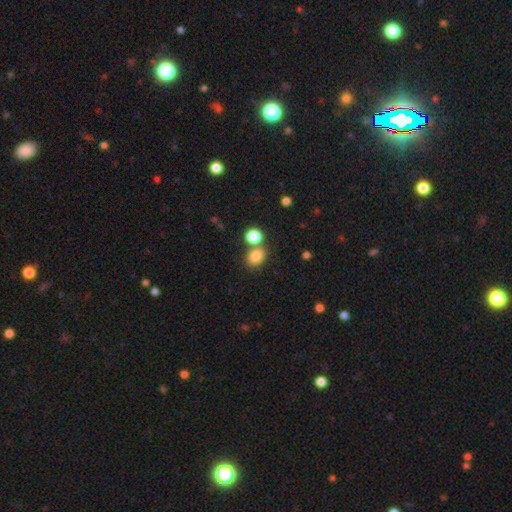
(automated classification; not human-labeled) A smooth galaxy with no disk features (82%) that is round (54%).

Vote fractions:
- Smooth or featured? smooth: 82% / star or artifact: 12% / featured or disk: 6%
- How rounded? round: 54% / in between: 45% / cigar-shaped: 1%
- Merging? none: 62% / merger: 24% / minor disturbance: 10% / major disturbance: 4%